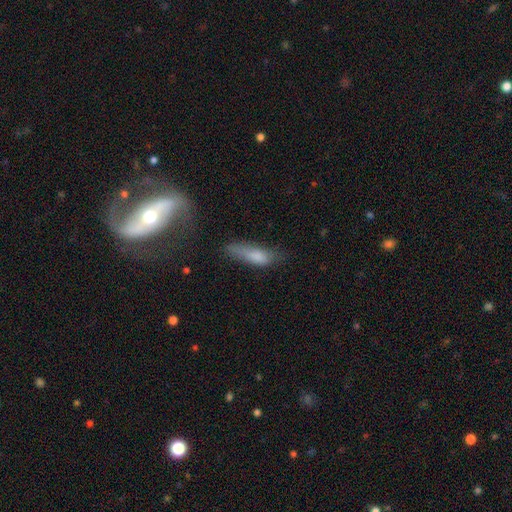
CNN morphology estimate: Q: Smooth or featured?
A: smooth (75%); runner-up: featured or disk (16%)
Q: How rounded?
A: cigar-shaped (58%); runner-up: in between (39%)
Q: Merging?
A: none (45%); runner-up: minor disturbance (33%)